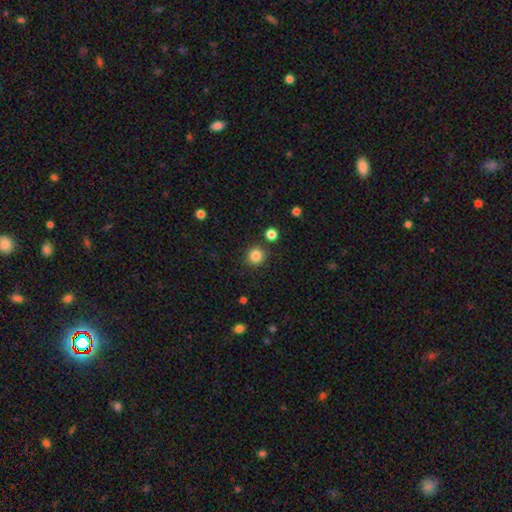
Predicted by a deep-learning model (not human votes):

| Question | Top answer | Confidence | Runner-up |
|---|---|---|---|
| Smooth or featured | smooth | 84% | star or artifact (11%) |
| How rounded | round | 92% | in between (7%) |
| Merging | none | 87% | minor disturbance (7%) |